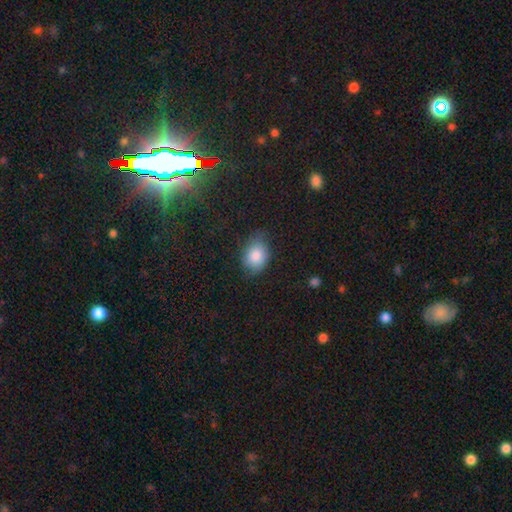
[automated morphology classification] Smooth or featured?
  - smooth: 83% *
  - featured or disk: 8%
  - star or artifact: 8%
How rounded?
  - in between: 66% *
  - round: 33%
  - cigar-shaped: 1%
Merging?
  - none: 64% *
  - minor disturbance: 28%
  - major disturbance: 7%
  - merger: 1%